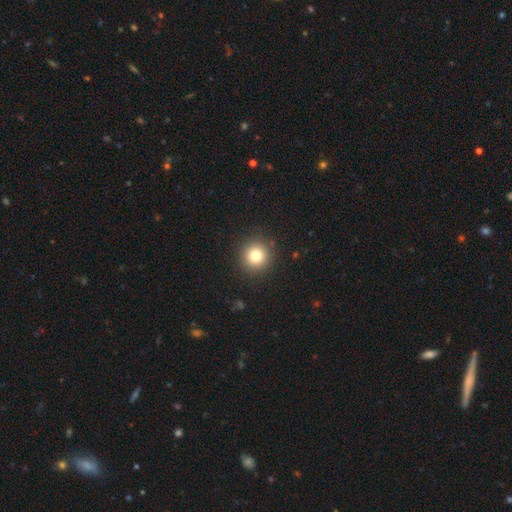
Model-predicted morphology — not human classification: smooth-or-featured: smooth: 79% | star or artifact: 12% | featured or disk: 8%
  how-rounded: round: 95% | in between: 4% | cigar-shaped: 1%
  merging: none: 91% | minor disturbance: 6% | major disturbance: 2% | merger: 1%